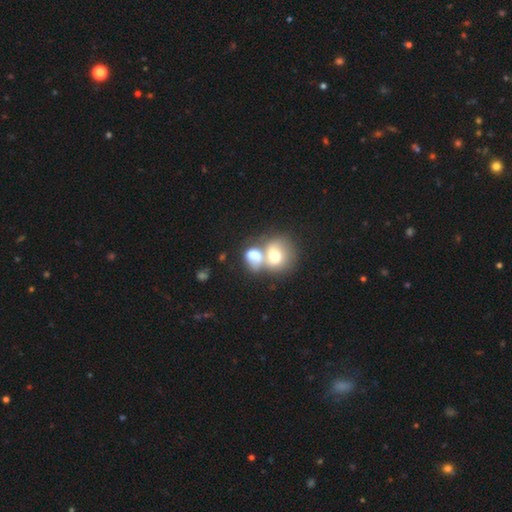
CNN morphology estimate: smooth_or_featured: smooth (p=0.66) [alt: featured or disk p=0.24]
how_rounded: round (p=0.55) [alt: in between p=0.43]
merging: merger (p=0.70) [alt: none p=0.18]